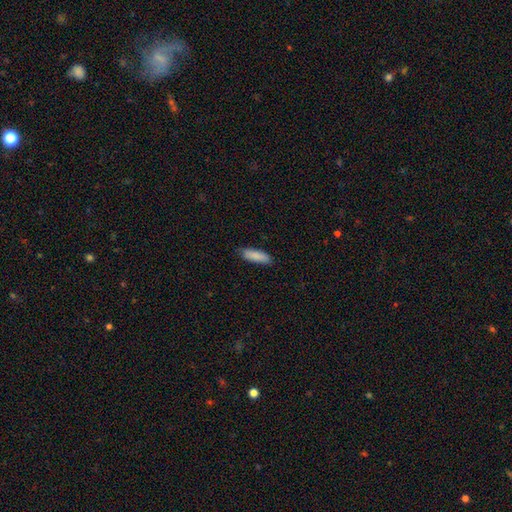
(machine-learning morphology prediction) This appears to be a smooth galaxy with no disk features (88%) that is cigar-shaped (49%, tied with in between). Merging: none (81%).